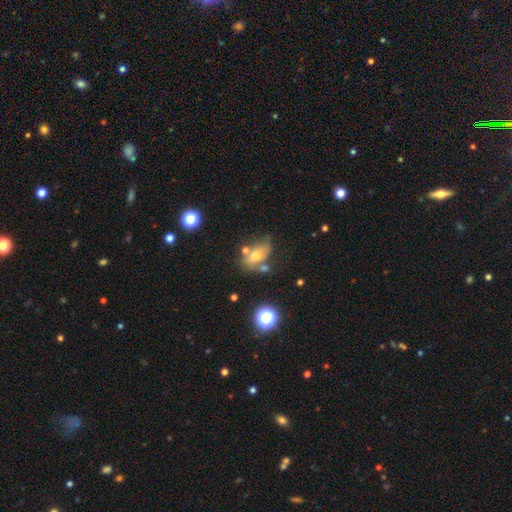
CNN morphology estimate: Smooth or featured: smooth — 57% (featured or disk — 28%)
How rounded: in between — 82% (round — 13%)
Merging: none — 48% (minor disturbance — 22%)